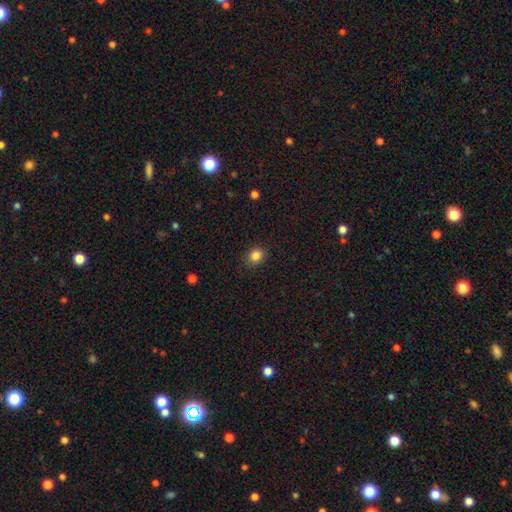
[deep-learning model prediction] The model was most divided on "how rounded": round: 70%, in between: 29%, cigar-shaped: 1%. More confident: merging — none (85%); smooth or featured — smooth (84%).